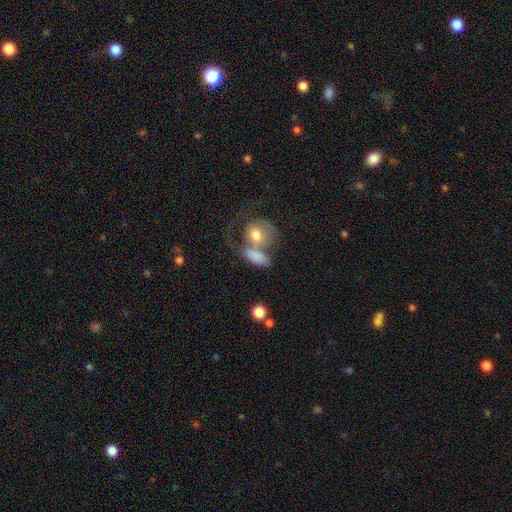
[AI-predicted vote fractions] Smooth or featured? smooth (73%)
How rounded? in between (69%)
Merging? merger (54%)